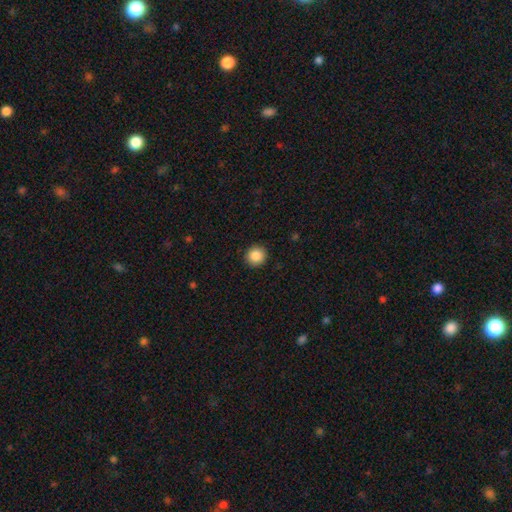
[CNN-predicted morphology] Smooth or featured? smooth (87%)
How rounded? round (93%)
Merging? none (92%)